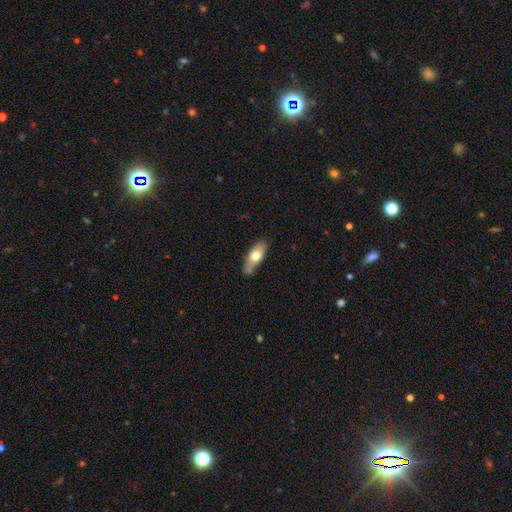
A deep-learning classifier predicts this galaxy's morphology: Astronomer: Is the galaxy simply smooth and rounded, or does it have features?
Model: smooth — 66%.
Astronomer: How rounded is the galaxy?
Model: in between — 76%.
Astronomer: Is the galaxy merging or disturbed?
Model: none — 59%.